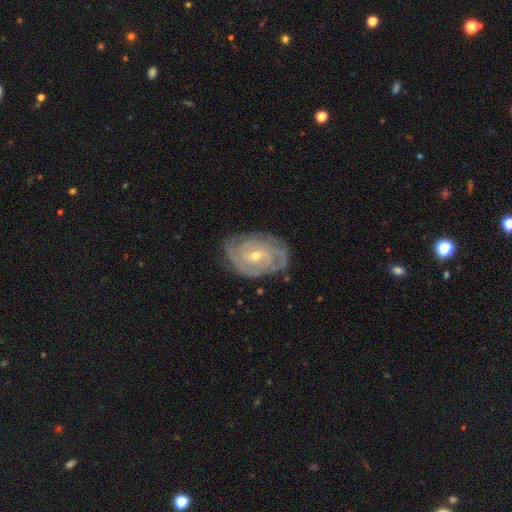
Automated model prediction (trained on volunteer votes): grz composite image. It shows a featured or disk galaxy (88%) with no bar (48%), 2 (27%) tight (77%) spiral arms (97%) and a small central bulge (56%). Merging: none (77%).